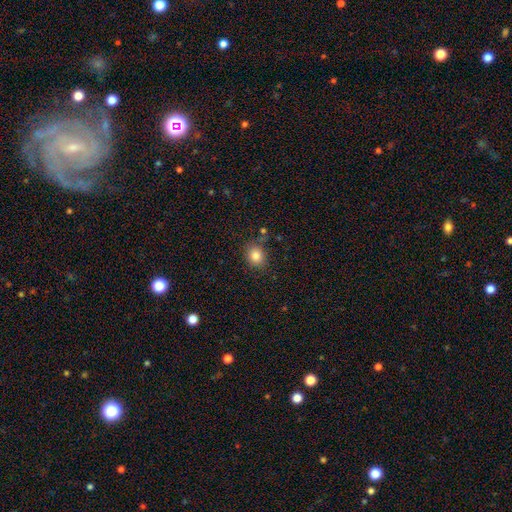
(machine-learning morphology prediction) The model was most divided on "how rounded": round: 68%, in between: 32%, cigar-shaped: 1%. More confident: smooth or featured — smooth (84%); merging — none (79%).